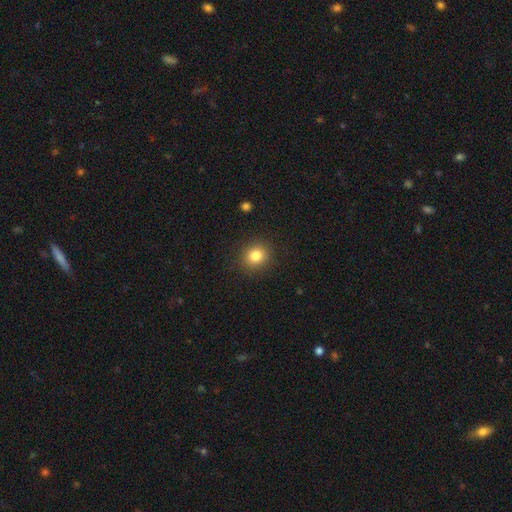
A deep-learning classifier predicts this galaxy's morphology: The model was most divided on "how rounded": round: 81%, in between: 18%, cigar-shaped: 1%. More confident: merging — none (89%); smooth or featured — smooth (83%).